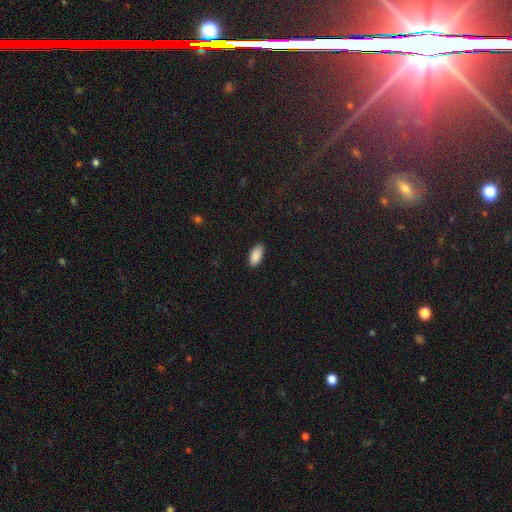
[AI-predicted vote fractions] Overall: smooth (90%). How rounded: in between (92%). Merging: none (86%).